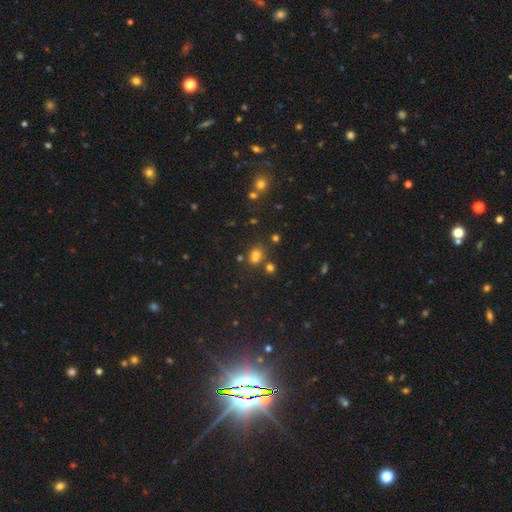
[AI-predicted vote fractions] Smooth or featured? Predicted: smooth (p=0.64). How rounded? Predicted: in between (p=0.50). Merging? Predicted: none (p=0.52).